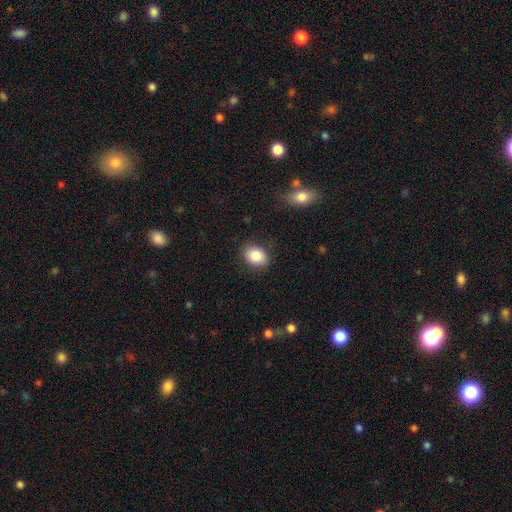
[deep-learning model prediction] smooth-or-featured: smooth: 84% | star or artifact: 8% | featured or disk: 8%
  how-rounded: in between: 65% | round: 34% | cigar-shaped: 1%
  merging: none: 86% | minor disturbance: 10% | major disturbance: 3% | merger: 1%